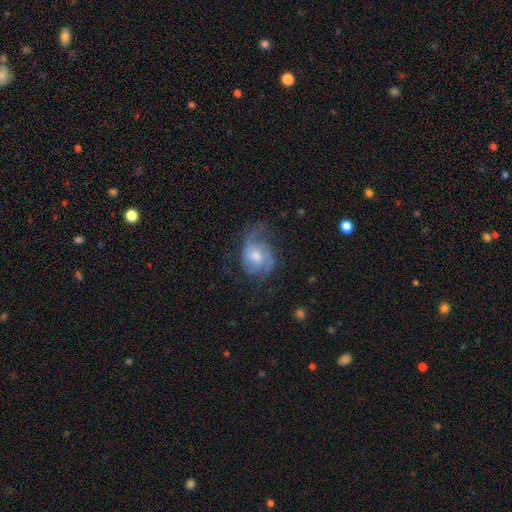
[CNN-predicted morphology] Smooth or featured?
  - featured or disk: 68% *
  - smooth: 25%
  - star or artifact: 7%
Edge-on disk?
  - no: 97% *
  - yes: 3%
Bar?
  - no: 66% *
  - weak: 30%
  - strong: 5%
Spiral arms?
  - yes: 89% *
  - no: 11%
Spiral winding?
  - medium: 44% *
  - loose: 31%
  - tight: 25%
Spiral arm count?
  - 2: 52% *
  - can't tell: 19%
  - 3: 13%
  - 1: 10%
  - 4: 3%
  - more than 4: 3%
Bulge size?
  - moderate: 57% *
  - small: 27%
  - large: 11%
  - none: 4%
  - dominant: 2%
Merging?
  - none: 47% *
  - major disturbance: 26%
  - minor disturbance: 25%
  - merger: 2%